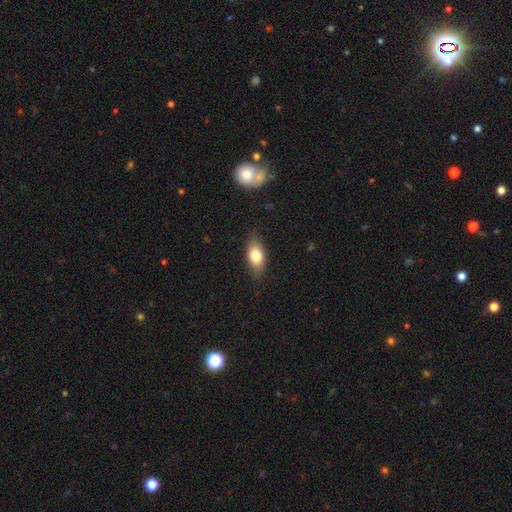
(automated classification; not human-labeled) smooth_or_featured: smooth (p=0.78) [alt: featured or disk p=0.15]
how_rounded: in between (p=0.85) [alt: cigar-shaped p=0.09]
merging: none (p=0.82) [alt: minor disturbance p=0.14]